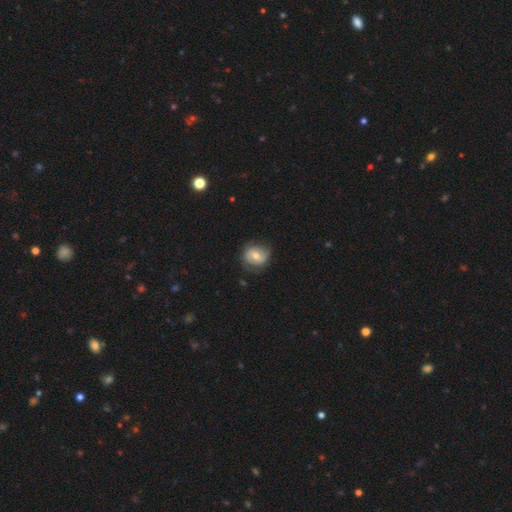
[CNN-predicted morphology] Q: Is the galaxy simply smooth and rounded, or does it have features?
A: smooth — 47%.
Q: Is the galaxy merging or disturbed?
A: none — 64%.